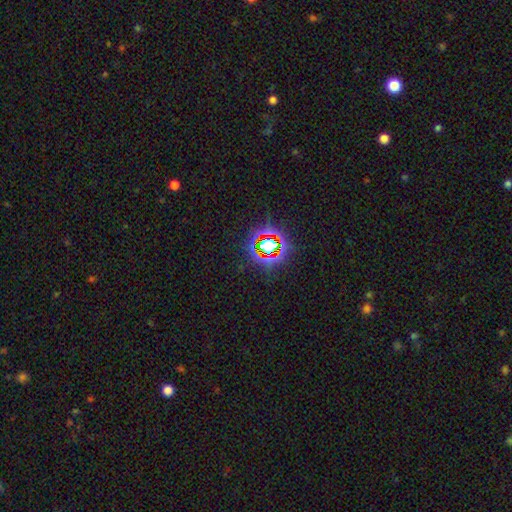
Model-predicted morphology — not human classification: The model was most divided on "smooth or featured": star or artifact: 78%, smooth: 13%, featured or disk: 9%.